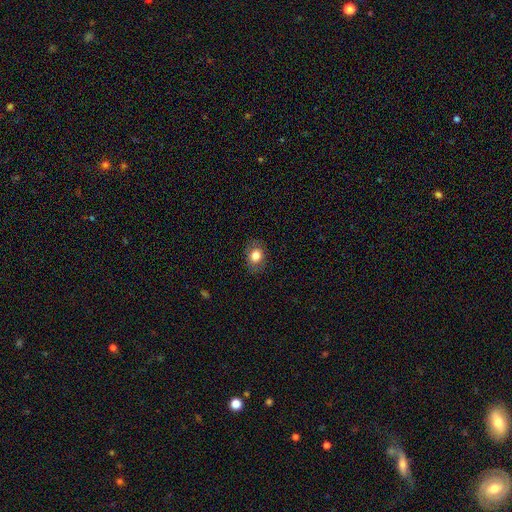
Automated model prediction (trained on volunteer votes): Q: Smooth or featured?
A: smooth (79%); runner-up: featured or disk (12%)
Q: How rounded?
A: in between (65%); runner-up: round (34%)
Q: Merging?
A: none (84%); runner-up: minor disturbance (12%)